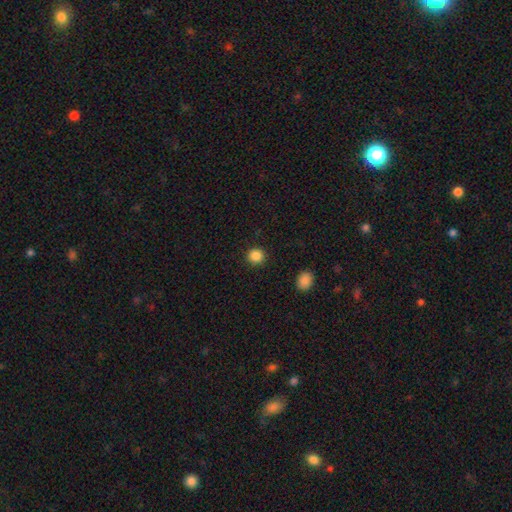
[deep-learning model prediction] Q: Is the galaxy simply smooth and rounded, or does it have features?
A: smooth — 86%.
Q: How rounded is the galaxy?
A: round — 92%.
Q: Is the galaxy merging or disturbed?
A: none — 91%.